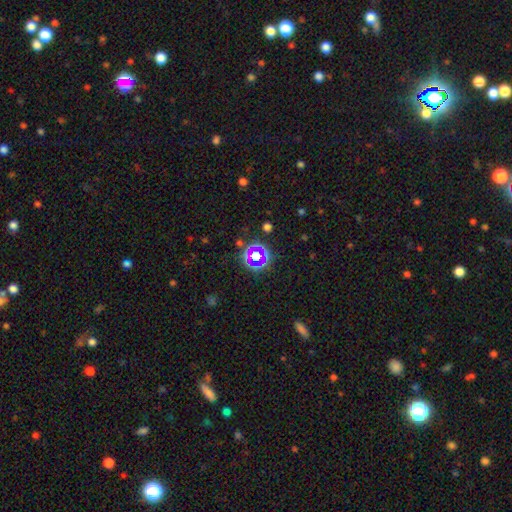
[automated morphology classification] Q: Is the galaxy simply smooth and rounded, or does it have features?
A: star or artifact — 56%.